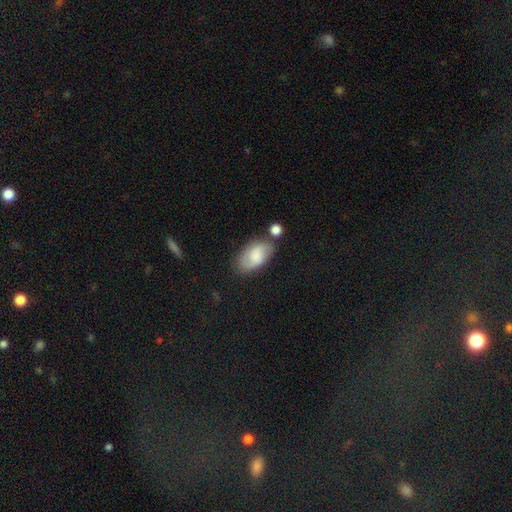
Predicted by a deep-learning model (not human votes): smooth 59%, featured or disk 34%, star or artifact 8%. Down the decision tree: how rounded — in between (92%); merging — none (65%).